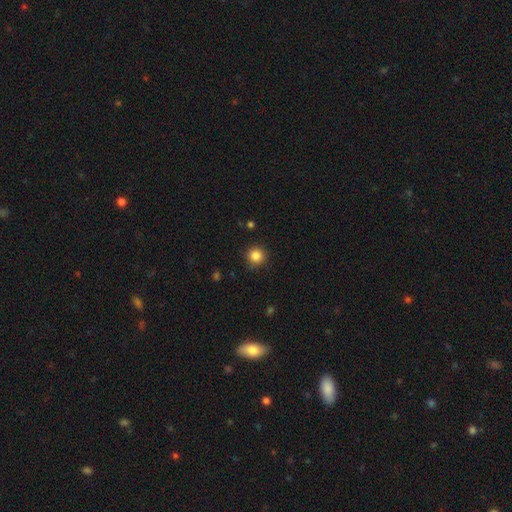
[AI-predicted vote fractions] Smooth or featured? Predicted: smooth (p=0.85). How rounded? Predicted: round (p=0.94). Merging? Predicted: none (p=0.89).